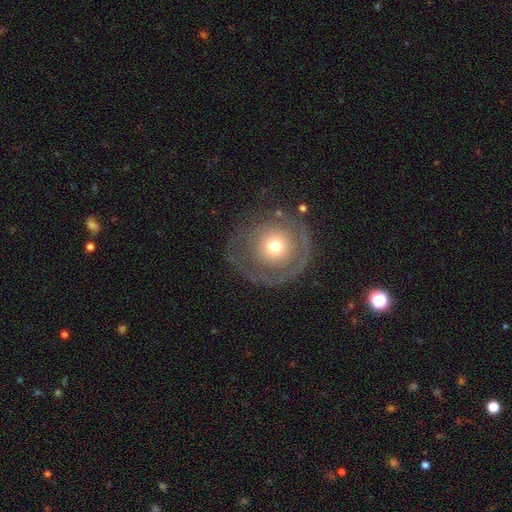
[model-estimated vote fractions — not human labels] This is possibly a featured or disk galaxy (57%). It is clearly not viewed edge-on (96%). Bar: clearly no (88%). Spiral arm pattern: possibly no (55%). Central bulge: likely moderate (61%). Merging: likely none (74%).